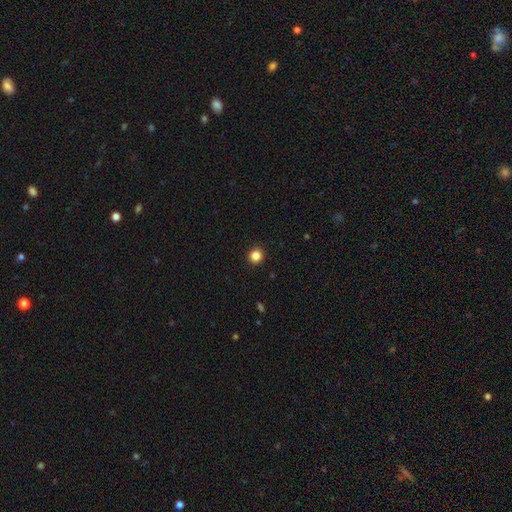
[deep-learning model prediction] Overall: smooth (84%). How rounded: round (93%). Merging: none (93%).